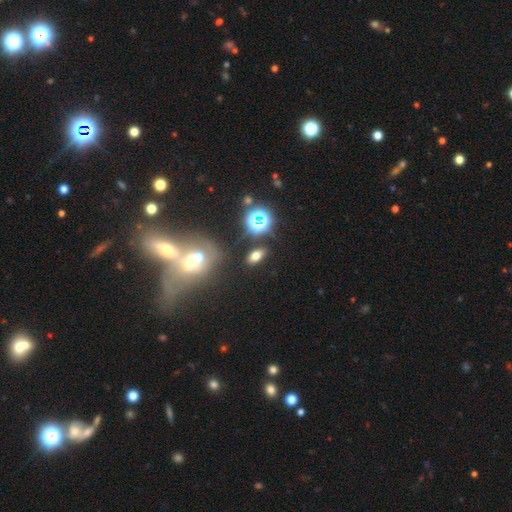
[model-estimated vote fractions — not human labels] smooth 63%, star or artifact 22%, featured or disk 15%. Down the decision tree: how rounded — in between (80%); merging — none (84%).